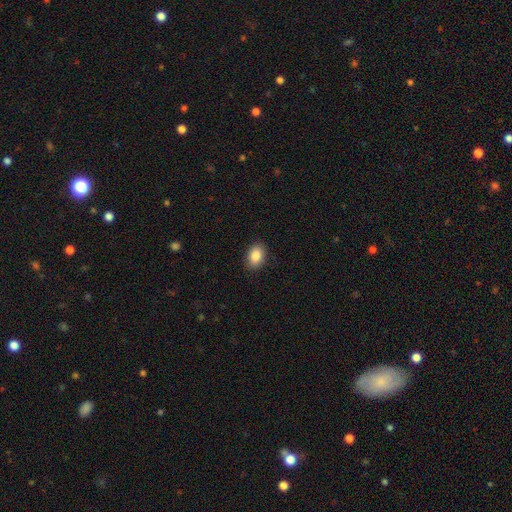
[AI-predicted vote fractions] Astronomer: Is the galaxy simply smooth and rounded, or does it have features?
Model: smooth — 87%.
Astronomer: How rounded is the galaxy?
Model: in between — 83%.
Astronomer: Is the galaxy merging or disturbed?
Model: none — 89%.